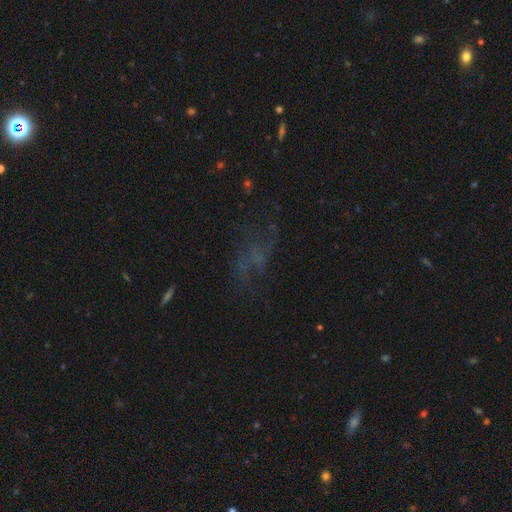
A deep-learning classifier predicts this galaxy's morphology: A featured or disk galaxy (48%).

Vote fractions:
- Smooth or featured? featured or disk: 48% / star or artifact: 27% / smooth: 25%
- Merging? none: 50% / major disturbance: 29% / minor disturbance: 18% / merger: 3%